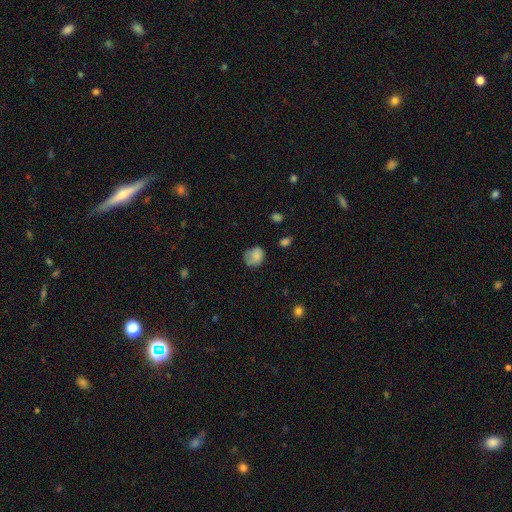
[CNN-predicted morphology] A smooth galaxy with no disk features (80%) that is round (68%).

Vote fractions:
- Smooth or featured? smooth: 80% / featured or disk: 11% / star or artifact: 9%
- How rounded? round: 68% / in between: 31% / cigar-shaped: 1%
- Merging? none: 59% / minor disturbance: 28% / major disturbance: 10% / merger: 2%